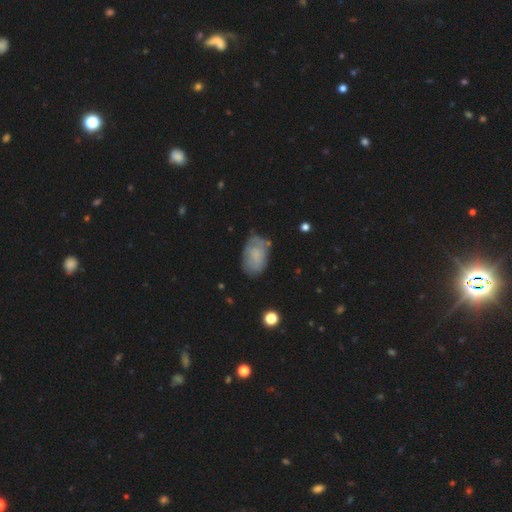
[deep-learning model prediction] Morphology: type=smooth (62%); roundness=in between (90%); merging=none (62%).